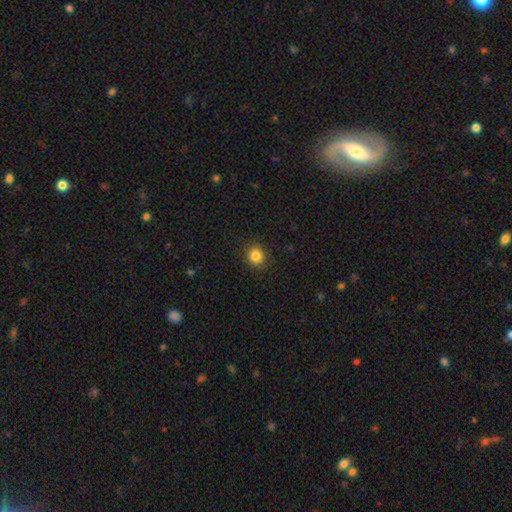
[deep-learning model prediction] smooth-or-featured: smooth: 84% | star or artifact: 11% | featured or disk: 5%
  how-rounded: round: 86% | in between: 13% | cigar-shaped: 1%
  merging: none: 91% | minor disturbance: 6% | major disturbance: 2% | merger: 1%